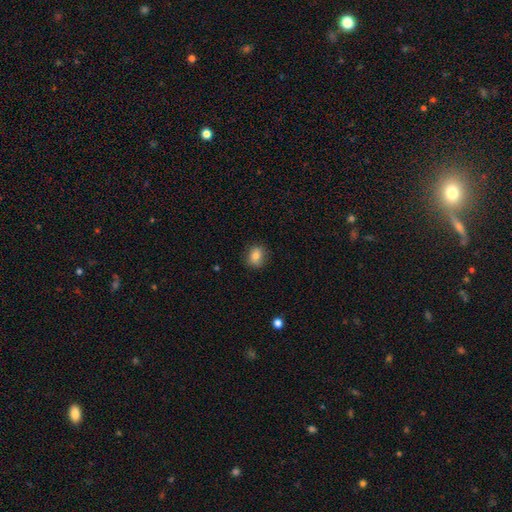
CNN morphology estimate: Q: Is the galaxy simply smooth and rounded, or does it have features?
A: smooth — 82%.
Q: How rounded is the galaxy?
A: round — 58%.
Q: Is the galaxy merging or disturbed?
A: none — 84%.